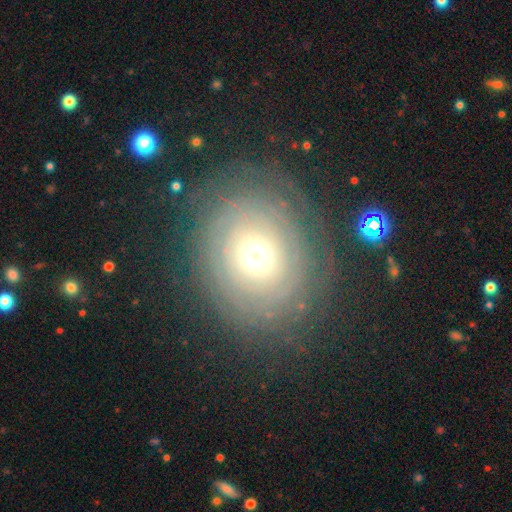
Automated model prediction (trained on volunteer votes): Overall: featured or disk (71%). Edge-on disk: no (96%). Bar: no (74%). Spiral arms: yes (84%). Spiral arm count: can't tell (48%; more than 4 14%). Spiral winding: tight (85%). Bulge size: moderate (66%). Merging: none (81%).